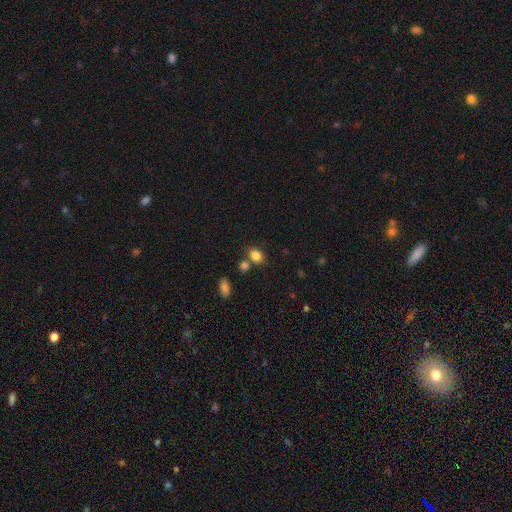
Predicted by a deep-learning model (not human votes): Smooth or featured: smooth — 83% (star or artifact — 11%)
How rounded: in between — 65% (round — 33%)
Merging: none — 64% (merger — 19%)